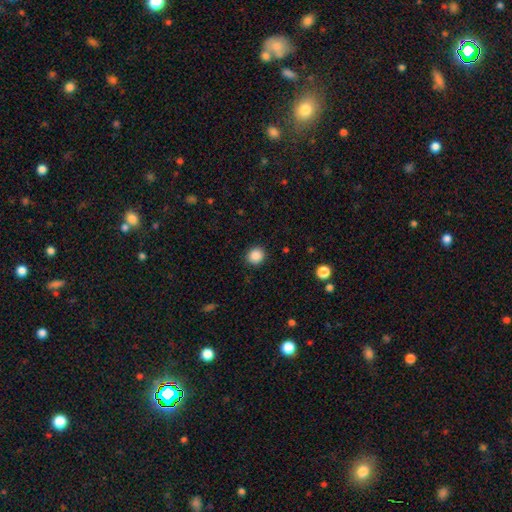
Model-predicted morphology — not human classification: smooth_or_featured: smooth (p=0.88) [alt: star or artifact p=0.09]
how_rounded: round (p=0.88) [alt: in between p=0.11]
merging: none (p=0.90) [alt: minor disturbance p=0.06]